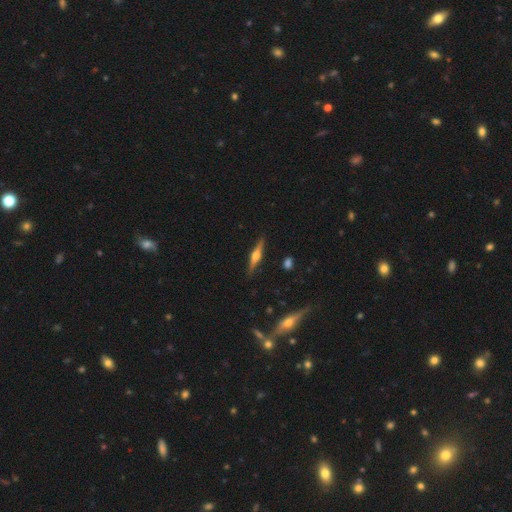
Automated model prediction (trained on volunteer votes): Smooth or featured? featured or disk (71%)
Edge-on disk? yes (97%)
Edge-on bulge? rounded (91%)
Merging? none (89%)